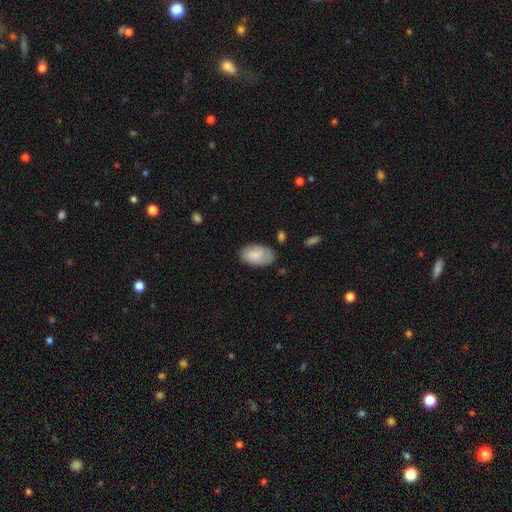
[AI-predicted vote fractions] Morphology: type=smooth (81%); roundness=in between (94%); merging=none (71%).